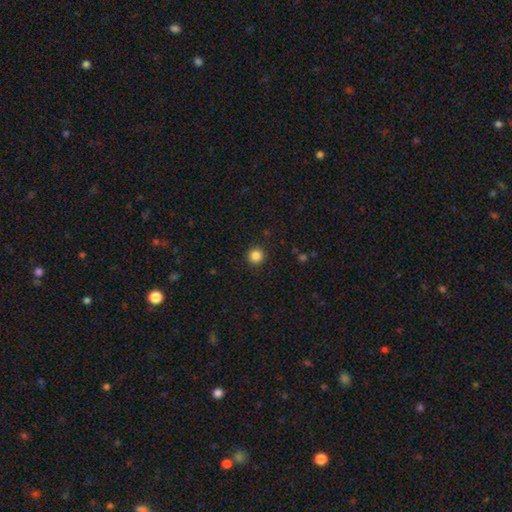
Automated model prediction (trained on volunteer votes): smooth-or-featured: smooth: 85% | star or artifact: 11% | featured or disk: 4%
  how-rounded: round: 95% | in between: 4% | cigar-shaped: 1%
  merging: none: 92% | minor disturbance: 5% | major disturbance: 2% | merger: 1%